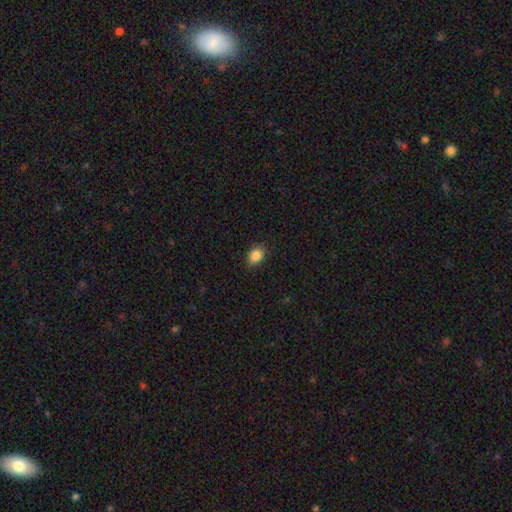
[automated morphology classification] Smooth or featured? smooth (86%)
How rounded? in between (59%)
Merging? none (84%)